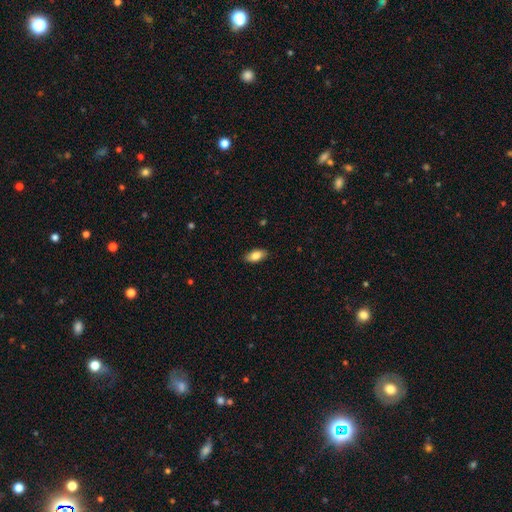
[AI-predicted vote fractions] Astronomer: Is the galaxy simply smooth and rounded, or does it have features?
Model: smooth — 83%.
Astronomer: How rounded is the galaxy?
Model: in between — 90%.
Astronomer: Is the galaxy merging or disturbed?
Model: none — 88%.